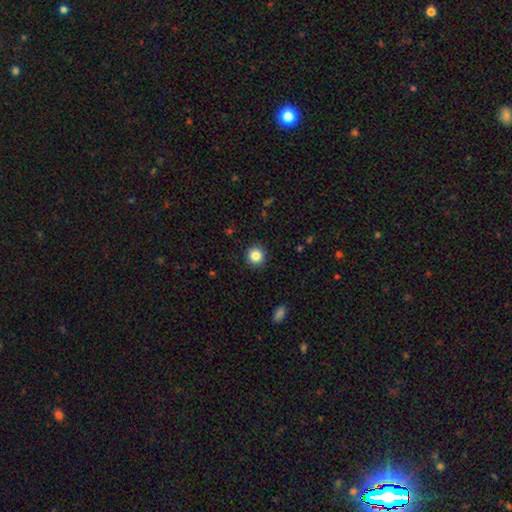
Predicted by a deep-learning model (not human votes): smooth_or_featured: smooth (p=0.85) [alt: star or artifact p=0.10]
how_rounded: round (p=0.95) [alt: in between p=0.04]
merging: none (p=0.91) [alt: minor disturbance p=0.06]